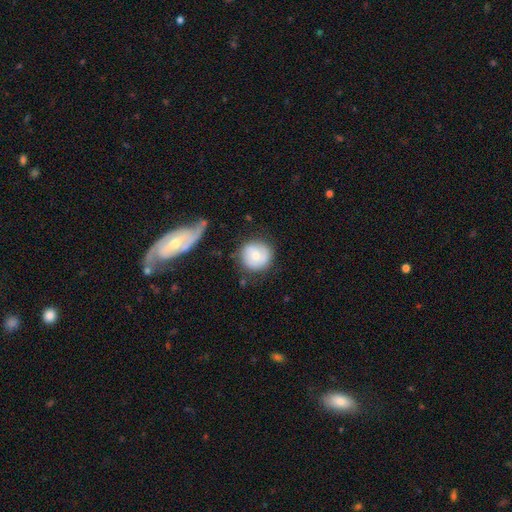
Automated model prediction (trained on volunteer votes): Morphology: type=smooth (58%); roundness=round (91%); merging=none (73%).